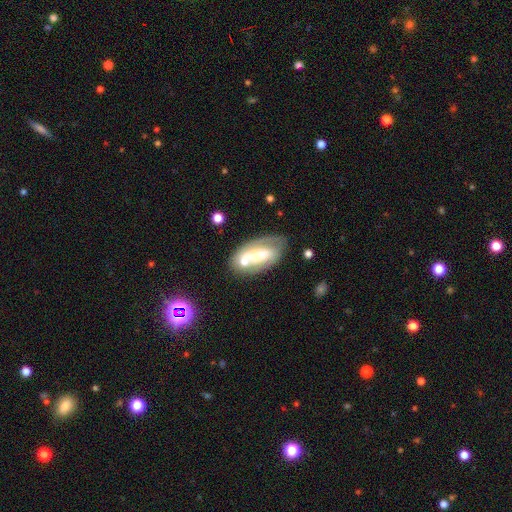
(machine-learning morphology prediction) The model was most divided on "smooth or featured": featured or disk: 52%, smooth: 40%, star or artifact: 8%. Remaining: edge-on disk — no (86%); merging — none (49%).